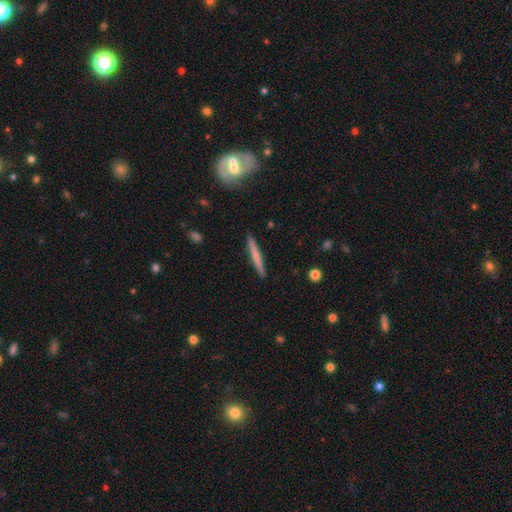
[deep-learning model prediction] Q: Smooth or featured?
A: smooth (57%); runner-up: featured or disk (37%)
Q: How rounded?
A: cigar-shaped (96%); runner-up: in between (2%)
Q: Merging?
A: none (91%); runner-up: minor disturbance (6%)